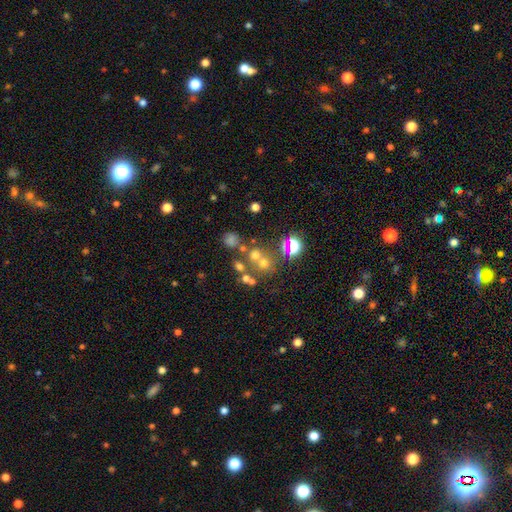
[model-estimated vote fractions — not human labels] This appears to be a smooth galaxy with no disk features (46%). Merging: none (55%).